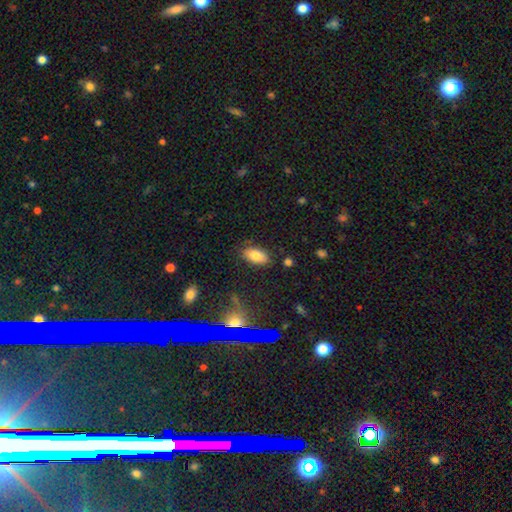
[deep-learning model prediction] A smooth galaxy with no disk features (79%) that is in between round and cigar-shaped (92%). Merging: none (83%).